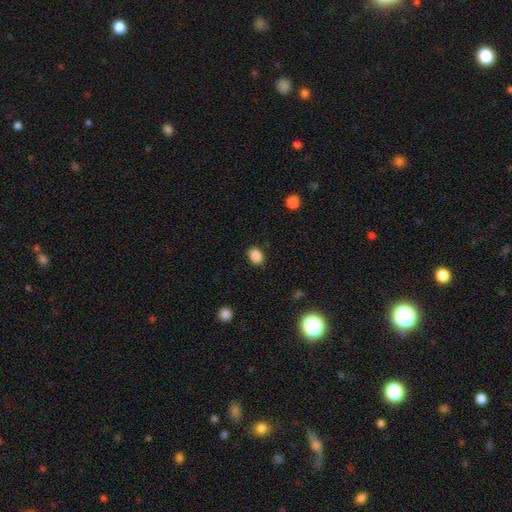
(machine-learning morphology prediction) smooth_or_featured: smooth (p=0.87) [alt: star or artifact p=0.09]
how_rounded: in between (p=0.63) [alt: round p=0.36]
merging: none (p=0.88) [alt: minor disturbance p=0.08]